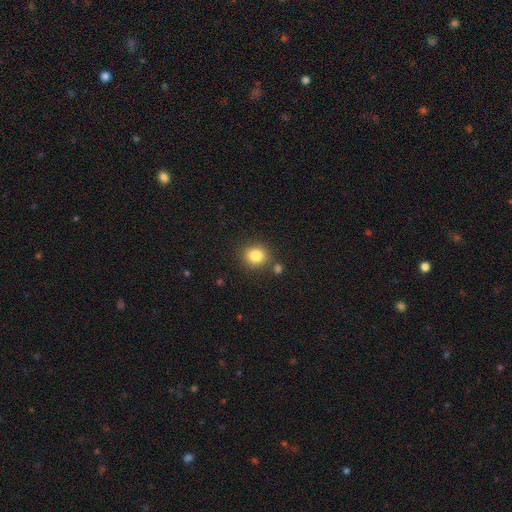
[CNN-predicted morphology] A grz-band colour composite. It shows a smooth galaxy with no disk features (84%) that is round (80%). Merging: none (81%).